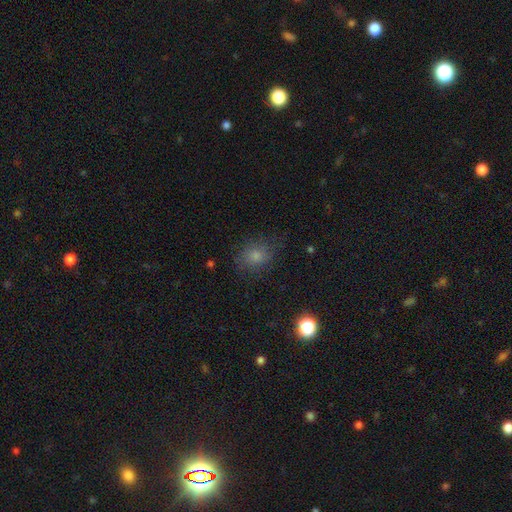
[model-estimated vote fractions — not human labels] smooth_or_featured: smooth (p=0.65) [alt: star or artifact p=0.21]
how_rounded: round (p=0.54) [alt: in between p=0.45]
merging: none (p=0.76) [alt: minor disturbance p=0.17]